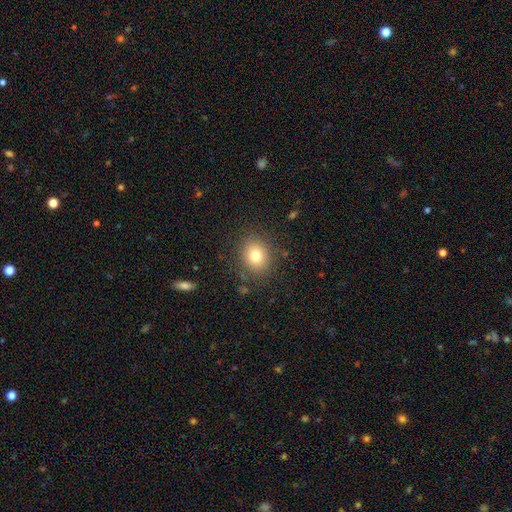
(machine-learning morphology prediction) A smooth galaxy with no disk features (78%) that is round (69%).

Vote fractions:
- Smooth or featured? smooth: 78% / star or artifact: 12% / featured or disk: 10%
- How rounded? round: 69% / in between: 30% / cigar-shaped: 1%
- Merging? none: 85% / minor disturbance: 10% / major disturbance: 4% / merger: 2%